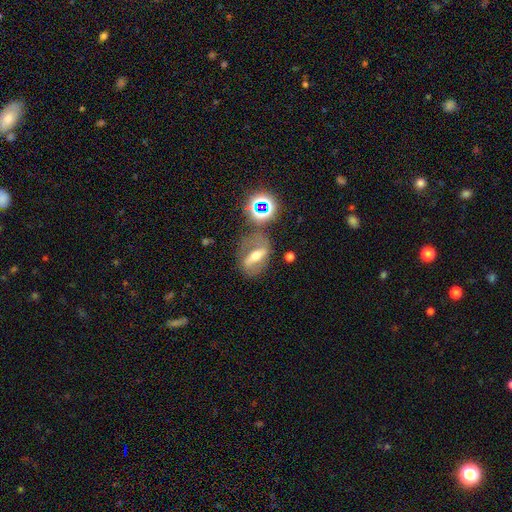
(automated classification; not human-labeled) Morphology: type=featured or disk (59%); edge-on=no (76%); merging=none (59%).